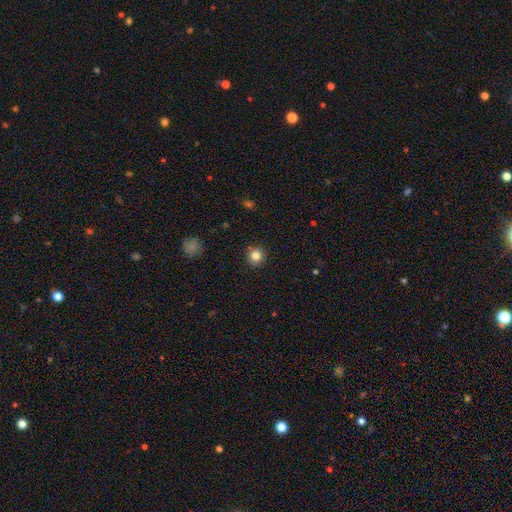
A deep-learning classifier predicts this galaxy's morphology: This is clearly a smooth galaxy (82%). How rounded: clearly round (92%). Merging: clearly none (90%).